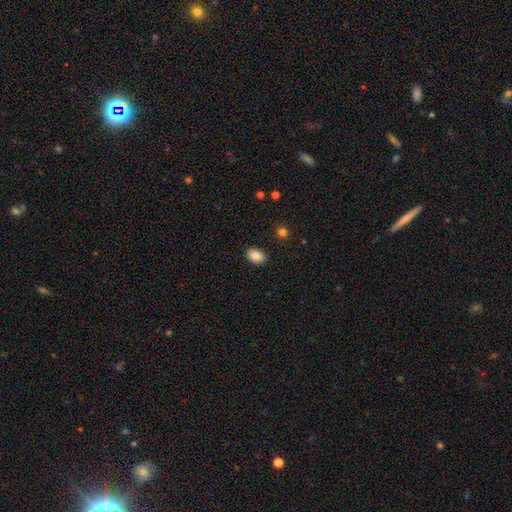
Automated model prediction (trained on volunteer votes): Smooth or featured: smooth — 89% (star or artifact — 8%)
How rounded: in between — 84% (round — 15%)
Merging: none — 89% (minor disturbance — 8%)